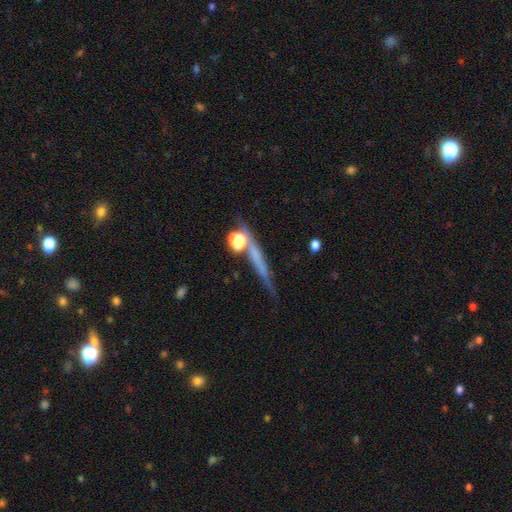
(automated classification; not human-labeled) The model was most divided on "smooth or featured": featured or disk: 44%, smooth: 40%, star or artifact: 17%. More confident: merging — none (69%).